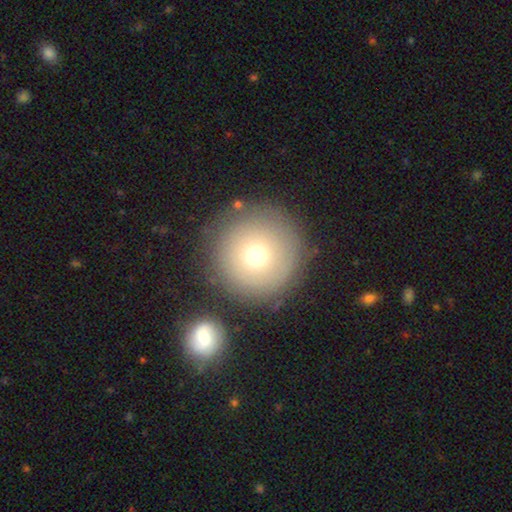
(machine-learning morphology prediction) Overall: smooth (74%). How rounded: round (96%). Merging: none (80%).